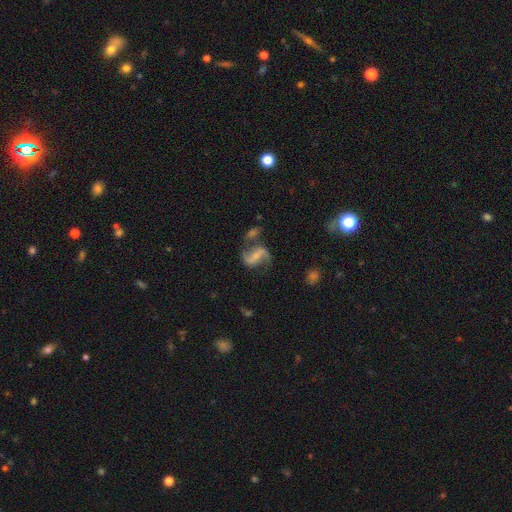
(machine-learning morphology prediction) Smooth or featured? featured or disk (77%)
Edge-on disk? no (96%)
Bar? strong (46%)
Spiral arms? yes (91%)
Spiral winding? loose (65%)
Spiral arm count? 2 (90%)
Bulge size? small (50%)
Merging? none (54%)